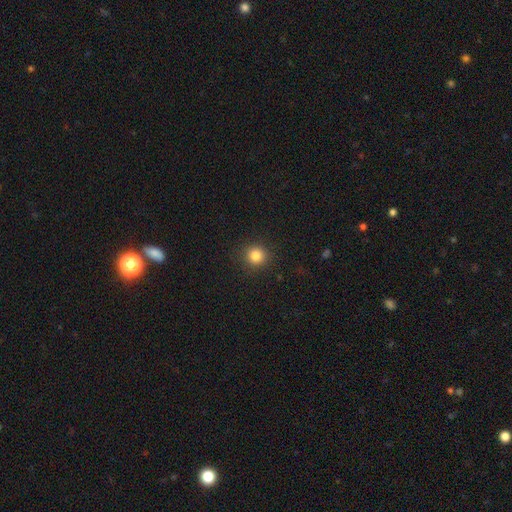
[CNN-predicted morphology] type=smooth (83%); roundness=round (92%); merging=none (91%).